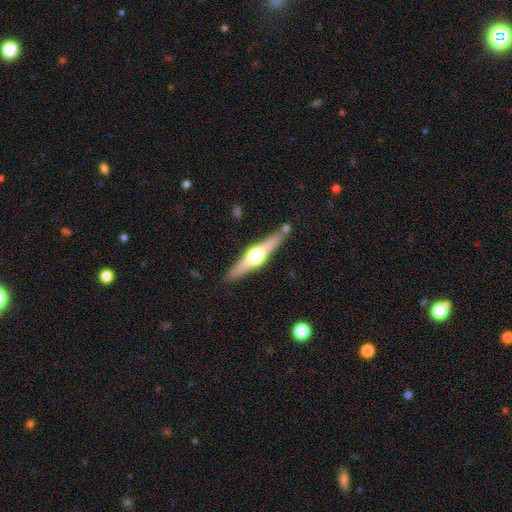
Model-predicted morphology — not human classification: featured or disk 79%, smooth 16%, star or artifact 5%. Down the decision tree: edge-on disk — yes (98%); edge-on bulge — rounded (95%); merging — none (85%).